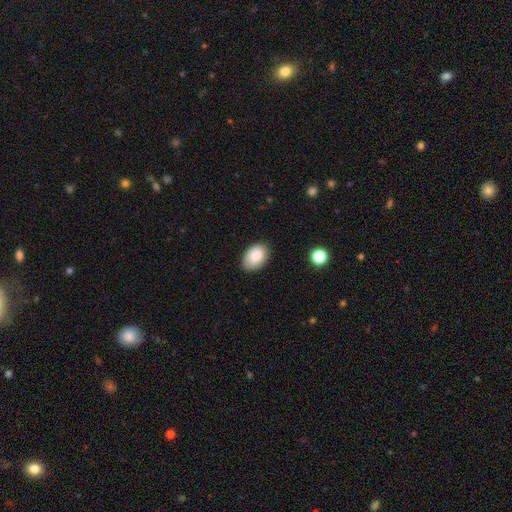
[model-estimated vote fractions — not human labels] smooth 86%, star or artifact 7%, featured or disk 7%. Down the decision tree: how rounded — in between (89%); merging — none (84%).